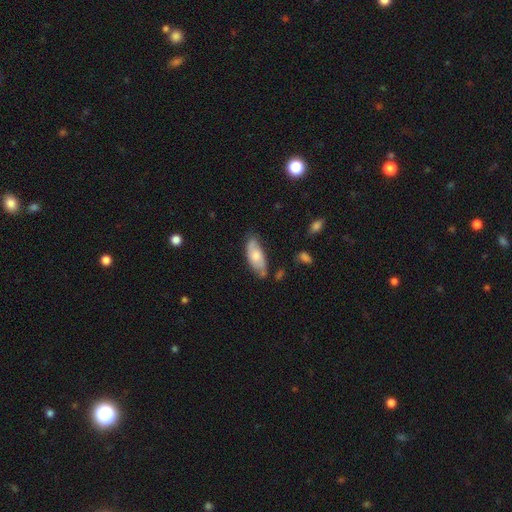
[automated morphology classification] smooth 56%, featured or disk 38%, star or artifact 6%. Down the decision tree: how rounded — in between (82%); merging — none (64%).